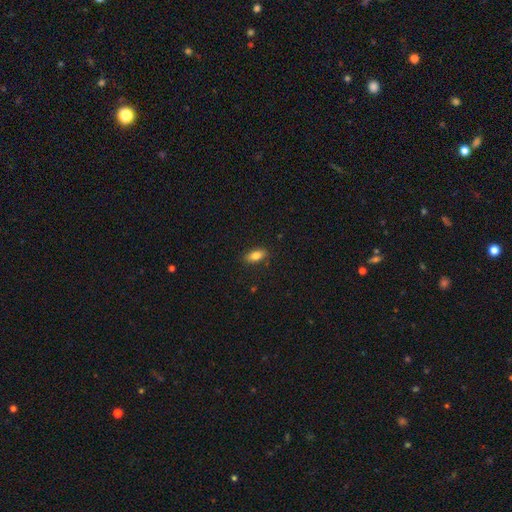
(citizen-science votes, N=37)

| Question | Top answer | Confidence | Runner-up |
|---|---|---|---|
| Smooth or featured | smooth | 95% | featured or disk (5%) |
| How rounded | in between | 94% | round (3%) |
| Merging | none | 84% | minor disturbance (14%) |